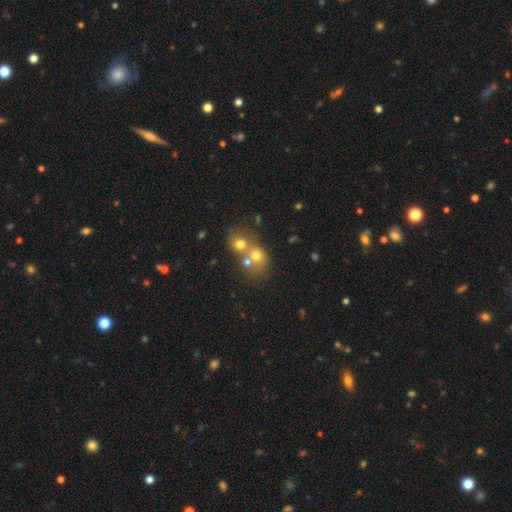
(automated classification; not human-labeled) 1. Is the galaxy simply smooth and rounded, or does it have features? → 61% smooth, 23% featured or disk, 17% star or artifact.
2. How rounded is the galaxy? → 67% round, 32% in between, 1% cigar-shaped.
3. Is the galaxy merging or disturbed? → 61% merger, 29% none, 6% minor disturbance, 4% major disturbance.